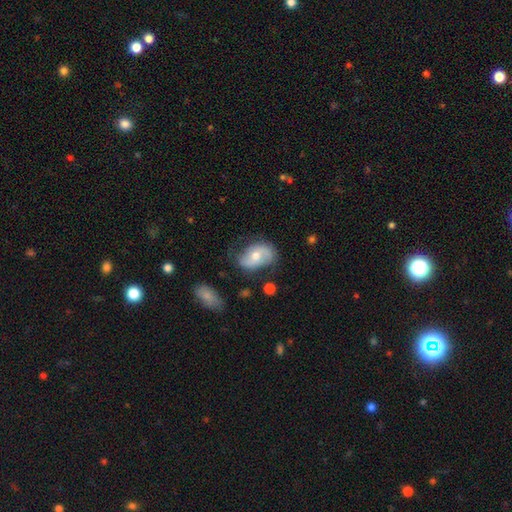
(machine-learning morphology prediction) Smooth or featured: featured or disk — 57% (smooth — 36%)
Edge-on disk: no — 95% (yes — 5%)
Bar: no — 61% (weak — 30%)
Spiral arms: yes — 79% (no — 21%)
Bulge size: moderate — 68% (small — 25%)
Merging: none — 62% (minor disturbance — 26%)